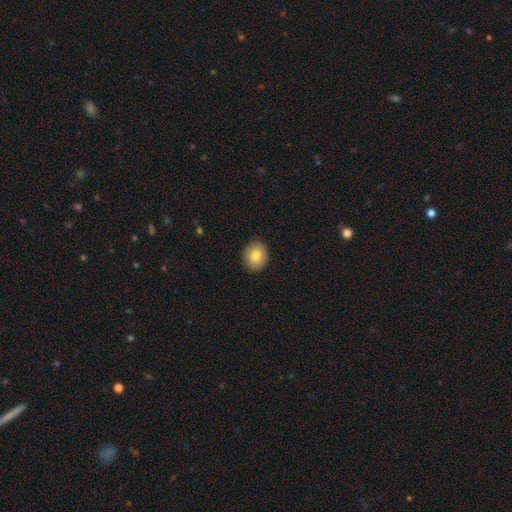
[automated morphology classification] Smooth or featured? smooth (82%)
How rounded? round (59%)
Merging? none (90%)